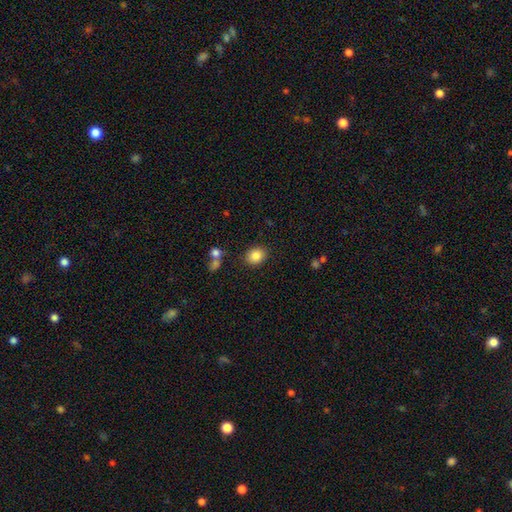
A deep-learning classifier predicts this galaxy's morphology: The model was most divided on "how rounded": round: 56%, in between: 43%, cigar-shaped: 1%. More confident: smooth or featured — smooth (86%); merging — none (85%).